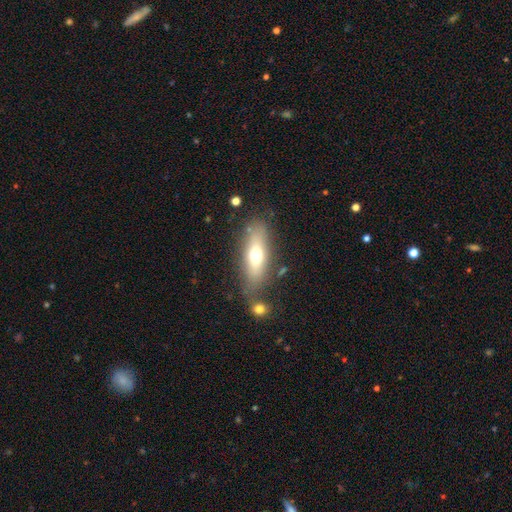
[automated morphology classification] smooth 61%, featured or disk 31%, star or artifact 8%. Down the decision tree: how rounded — in between (59%); merging — none (70%).